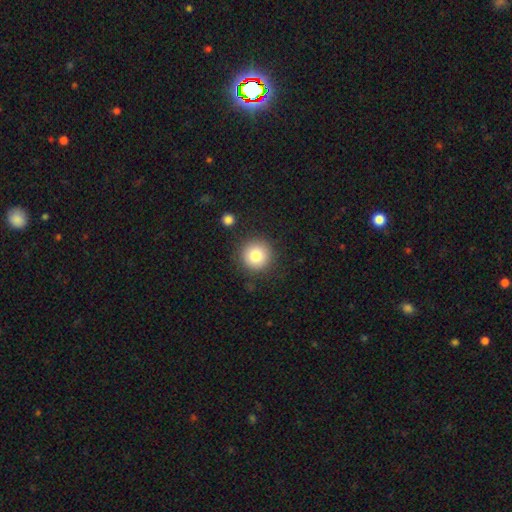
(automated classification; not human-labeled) Morphology: type=smooth (81%); roundness=round (95%); merging=none (88%).